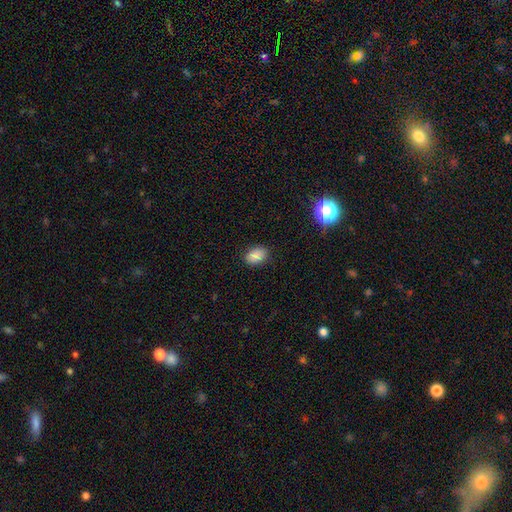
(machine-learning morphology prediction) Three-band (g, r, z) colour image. It shows a smooth galaxy with no disk features (85%) that is in between round and cigar-shaped (82%). Merging: none (85%).